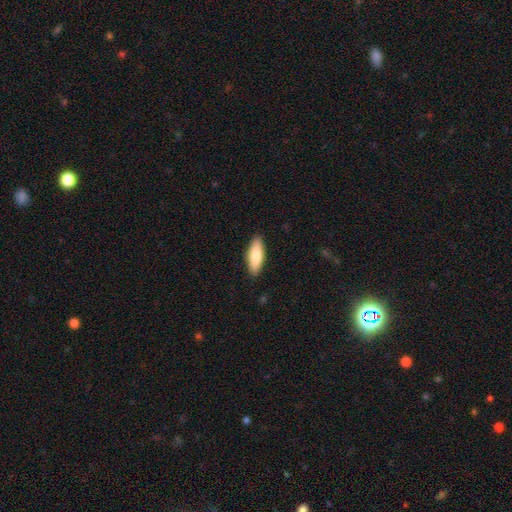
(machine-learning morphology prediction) Smooth or featured?
  - smooth: 79% *
  - featured or disk: 16%
  - star or artifact: 6%
How rounded?
  - in between: 66% *
  - cigar-shaped: 32%
  - round: 2%
Merging?
  - none: 89% *
  - minor disturbance: 8%
  - major disturbance: 2%
  - merger: 1%